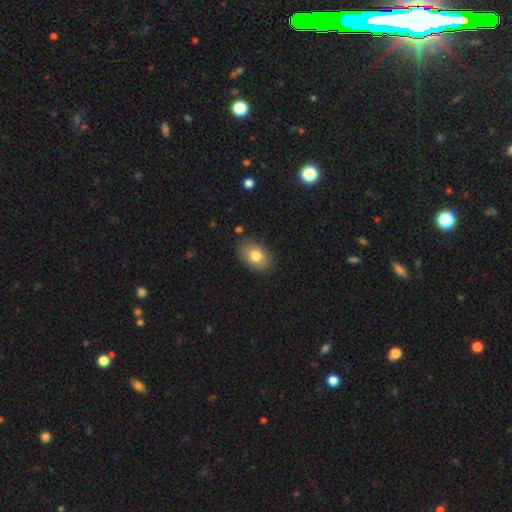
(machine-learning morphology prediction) This is likely a smooth galaxy (78%). How rounded: clearly in between (88%). Merging: clearly none (84%).